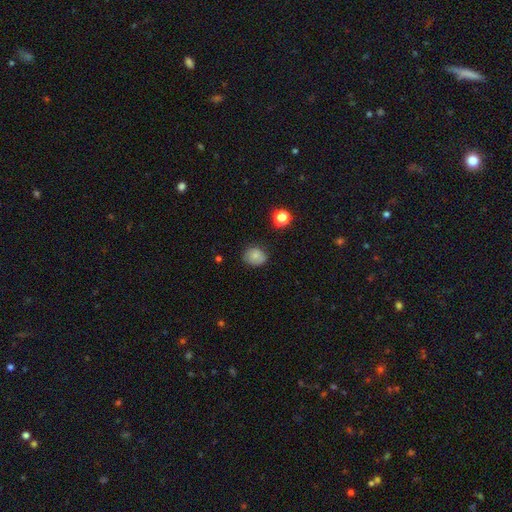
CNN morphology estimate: This is likely a smooth galaxy (78%). How rounded: likely round (72%). Merging: likely none (75%).